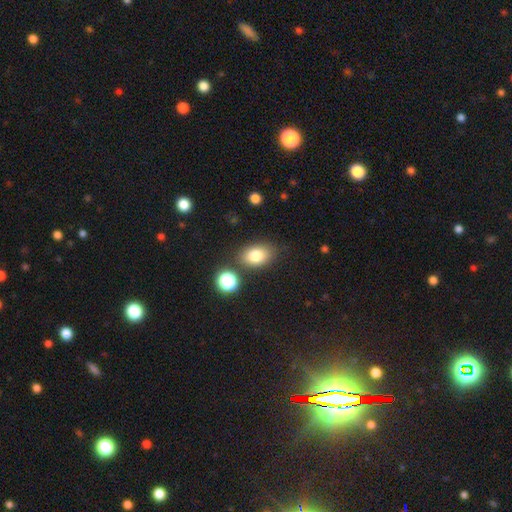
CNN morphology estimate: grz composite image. It shows a smooth galaxy with no disk features (80%) that is in between round and cigar-shaped (81%). Merging: none (79%).